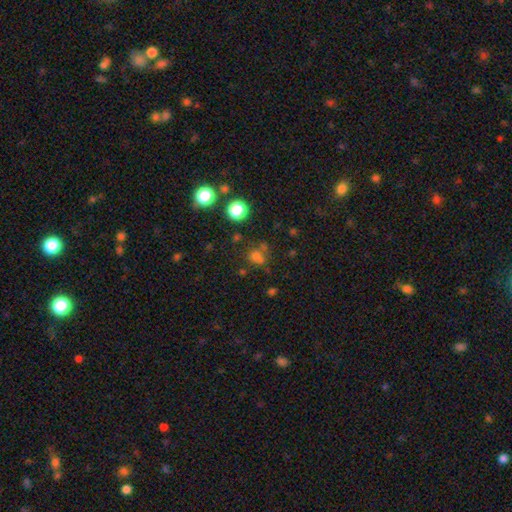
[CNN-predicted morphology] A smooth galaxy with no disk features (62%) that is round (81%).

Vote fractions:
- Smooth or featured? smooth: 62% / star or artifact: 27% / featured or disk: 11%
- How rounded? round: 81% / in between: 17% / cigar-shaped: 1%
- Merging? none: 56% / merger: 28% / minor disturbance: 11% / major disturbance: 6%